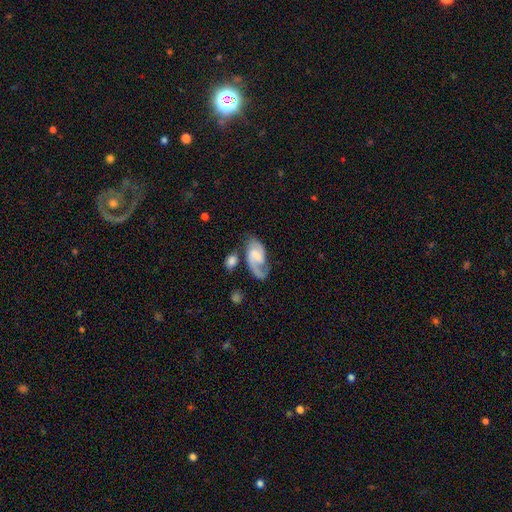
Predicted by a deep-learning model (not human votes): Smooth or featured: featured or disk — 77% (smooth — 17%)
Edge-on disk: no — 96% (yes — 4%)
Bar: weak — 50% (no — 30%)
Spiral arms: yes — 94% (no — 6%)
Spiral winding: medium — 50% (loose — 28%)
Spiral arm count: 2 — 71% (1 — 21%)
Bulge size: small — 37% (moderate — 28%)
Merging: none — 55% (minor disturbance — 20%)